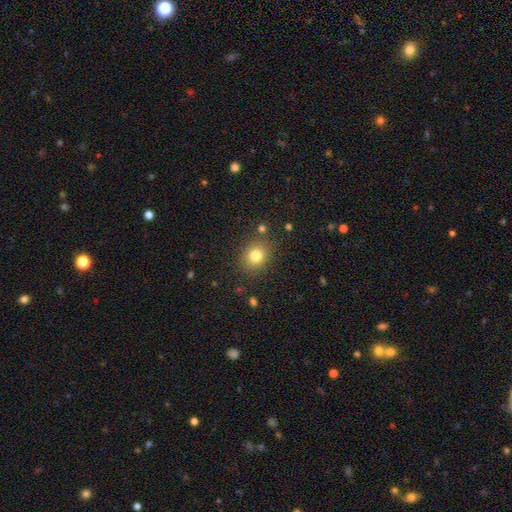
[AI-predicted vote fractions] This appears to be a smooth galaxy with no disk features (80%) that is round (70%). Merging: none (84%).